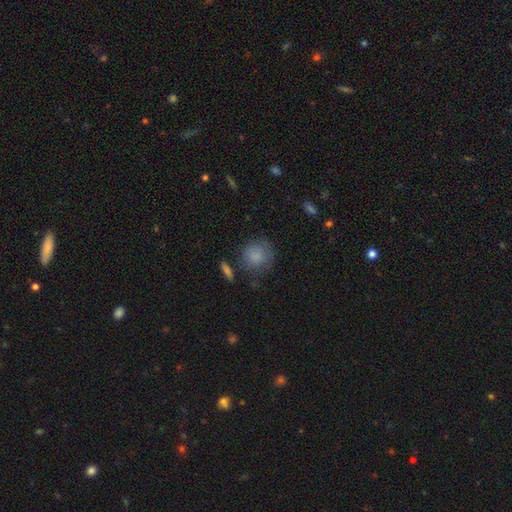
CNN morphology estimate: Smooth or featured: smooth — 82% (featured or disk — 9%)
How rounded: round — 85% (in between — 13%)
Merging: none — 68% (minor disturbance — 19%)